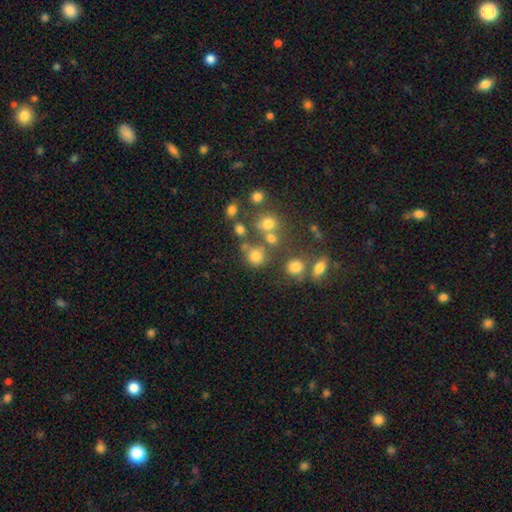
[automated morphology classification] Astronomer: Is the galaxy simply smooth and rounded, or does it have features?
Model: smooth — 74%.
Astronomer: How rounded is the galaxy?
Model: round — 82%.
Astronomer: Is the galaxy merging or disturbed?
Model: none — 60%.